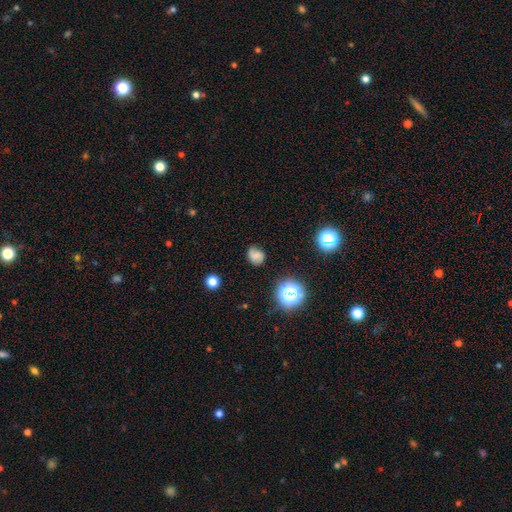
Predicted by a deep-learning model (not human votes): A smooth galaxy with no disk features (64%) that is round (62%).

Vote fractions:
- Smooth or featured? smooth: 64% / featured or disk: 20% / star or artifact: 17%
- How rounded? round: 62% / in between: 37% / cigar-shaped: 1%
- Merging? none: 70% / minor disturbance: 21% / major disturbance: 7% / merger: 3%